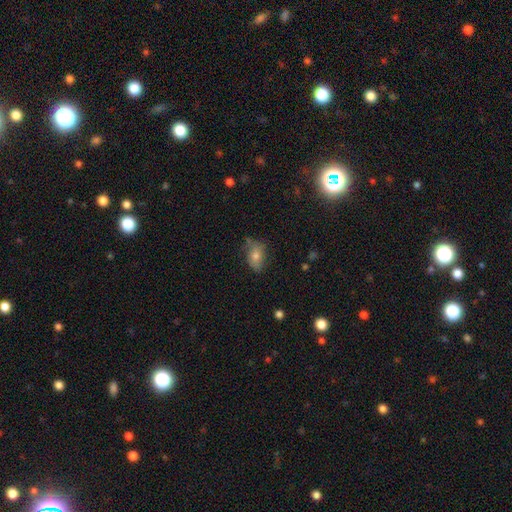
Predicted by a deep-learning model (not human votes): smooth-or-featured: smooth: 64% | featured or disk: 22% | star or artifact: 13%
  how-rounded: in between: 82% | round: 15% | cigar-shaped: 3%
  merging: none: 65% | minor disturbance: 26% | major disturbance: 8% | merger: 2%